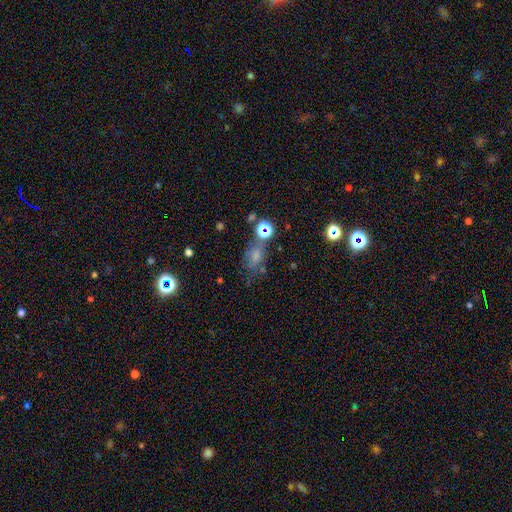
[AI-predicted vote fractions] smooth_or_featured: smooth (p=0.50) [alt: star or artifact p=0.29]
how_rounded: in between (p=0.71) [alt: round p=0.25]
merging: none (p=0.47) [alt: minor disturbance p=0.23]